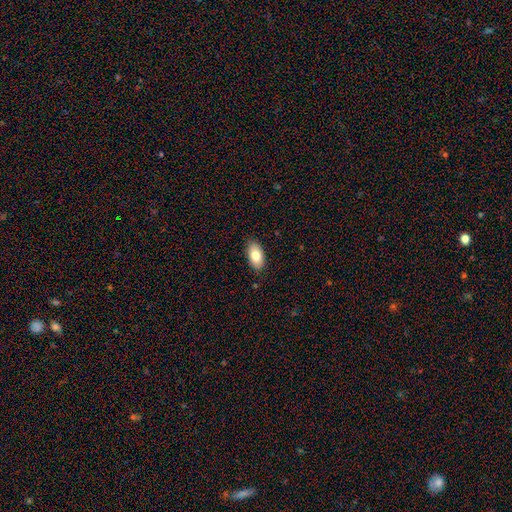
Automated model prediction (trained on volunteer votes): A smooth galaxy with no disk features (81%) that is in between round and cigar-shaped (94%). Merging: none (87%).